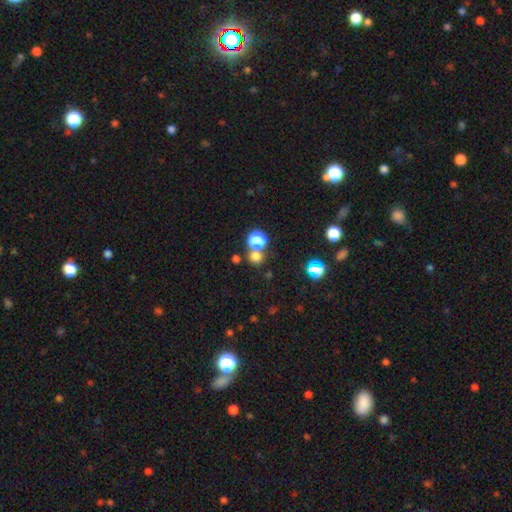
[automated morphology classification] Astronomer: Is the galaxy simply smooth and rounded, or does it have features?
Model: smooth — 70%.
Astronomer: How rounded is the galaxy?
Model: round — 89%.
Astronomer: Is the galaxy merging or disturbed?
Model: none — 68%.